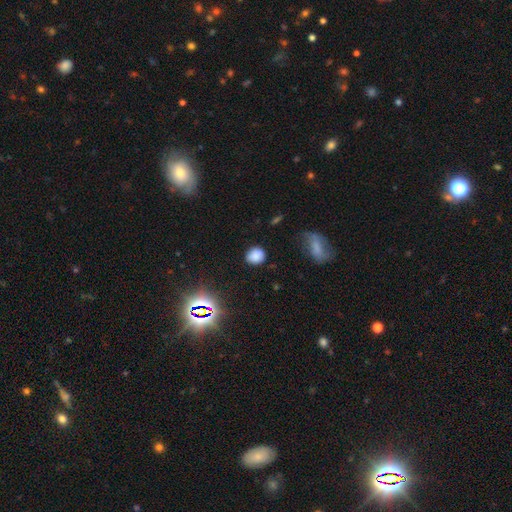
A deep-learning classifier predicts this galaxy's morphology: This is likely a smooth galaxy (80%). How rounded: likely round (76%). Merging: clearly none (82%).